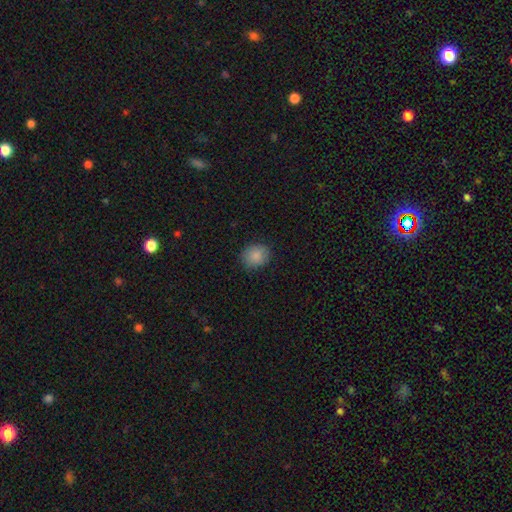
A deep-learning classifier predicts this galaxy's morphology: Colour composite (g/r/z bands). It shows a smooth galaxy with no disk features (87%) that is round (76%). Merging: none (86%).